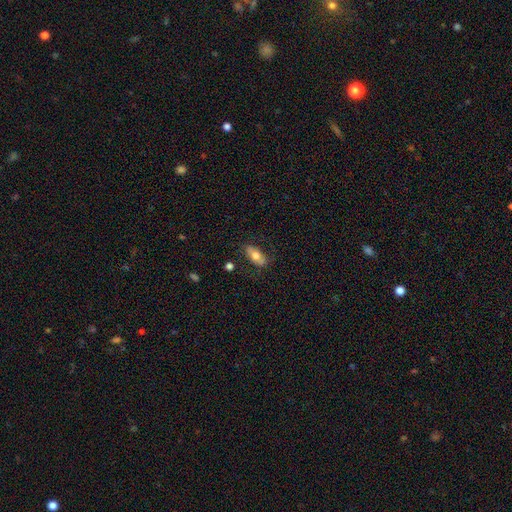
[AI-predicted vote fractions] Smooth or featured? Predicted: smooth (p=0.67). How rounded? Predicted: in between (p=0.86). Merging? Predicted: none (p=0.78).